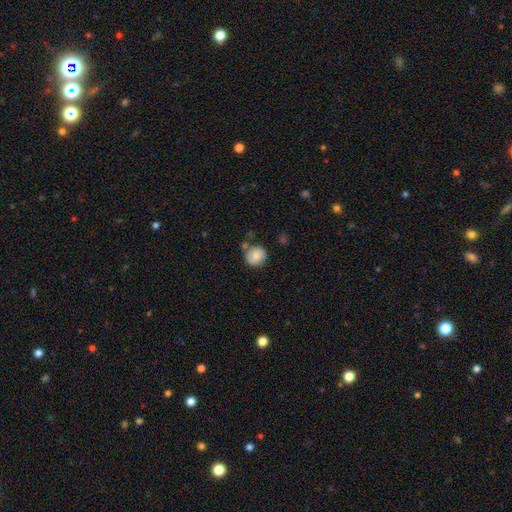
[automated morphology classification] The model was most divided on "merging": none: 67%, minor disturbance: 18%, merger: 9%, major disturbance: 6%. More confident: how rounded — round (86%); smooth or featured — smooth (72%).